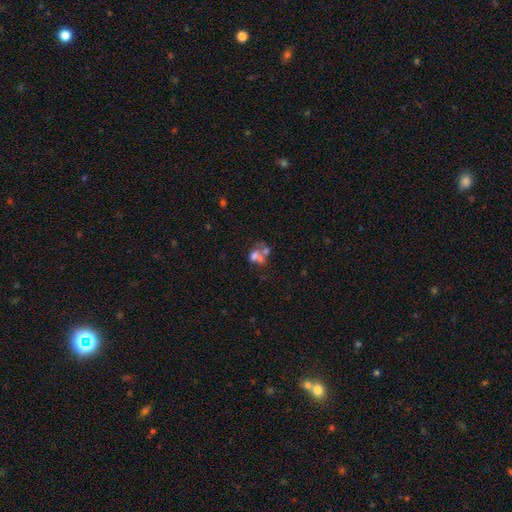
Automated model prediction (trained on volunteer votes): The model was most divided on "how rounded": in between: 56%, round: 43%, cigar-shaped: 1%. More confident: merging — merger (58%); smooth or featured — smooth (51%).